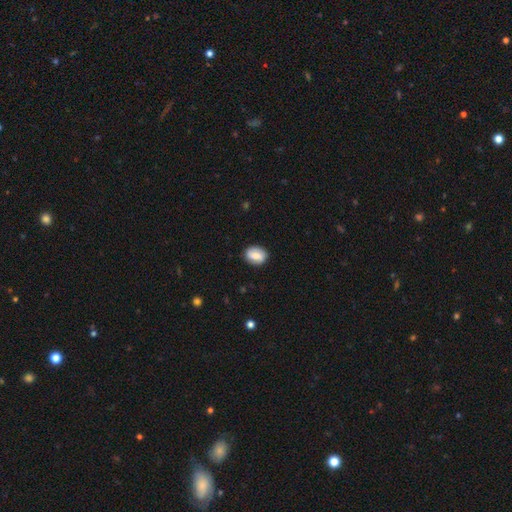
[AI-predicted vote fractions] A smooth galaxy with no disk features (65%) that is in between round and cigar-shaped (62%). Merging: none (86%).